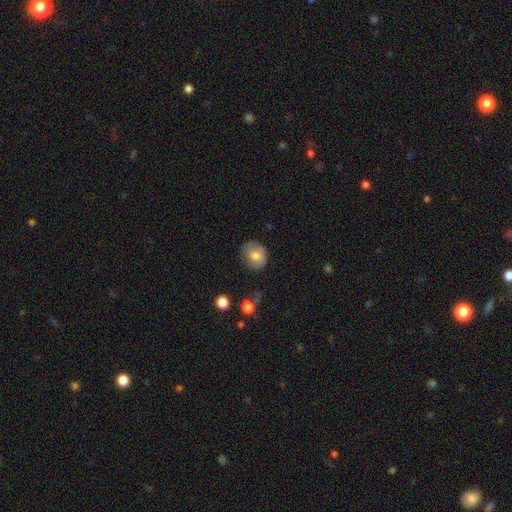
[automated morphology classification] type=smooth (72%); roundness=round (66%); merging=none (66%).